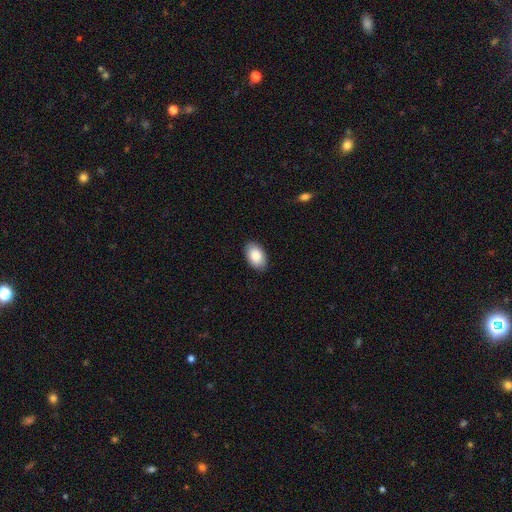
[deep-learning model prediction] Overall: smooth (87%). How rounded: in between (91%). Merging: none (89%).